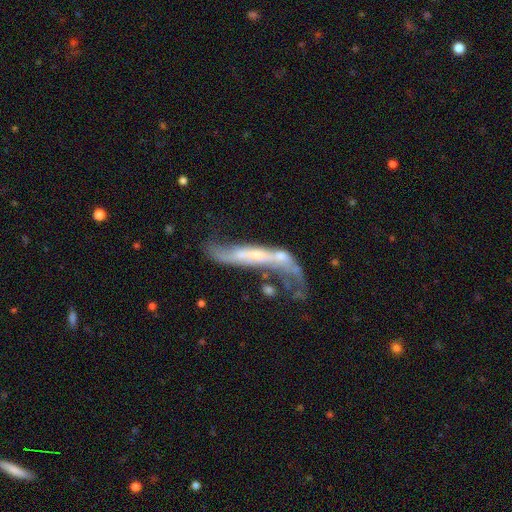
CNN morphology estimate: Smooth or featured? Predicted: featured or disk (p=0.70). Edge-on disk? Predicted: no (p=0.63). Merging? Predicted: merger (p=0.32).